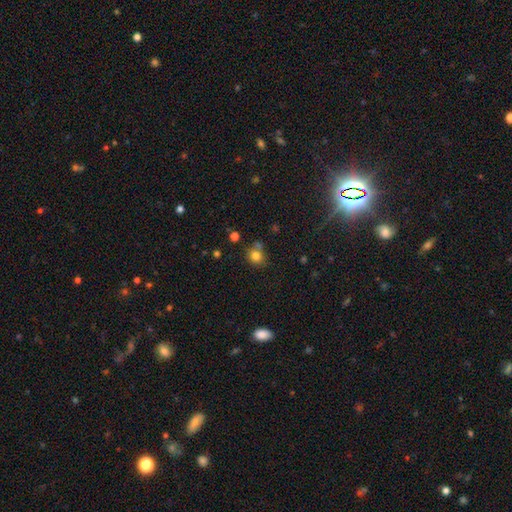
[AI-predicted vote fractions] Smooth or featured? Predicted: smooth (p=0.79). How rounded? Predicted: round (p=0.84). Merging? Predicted: none (p=0.65).